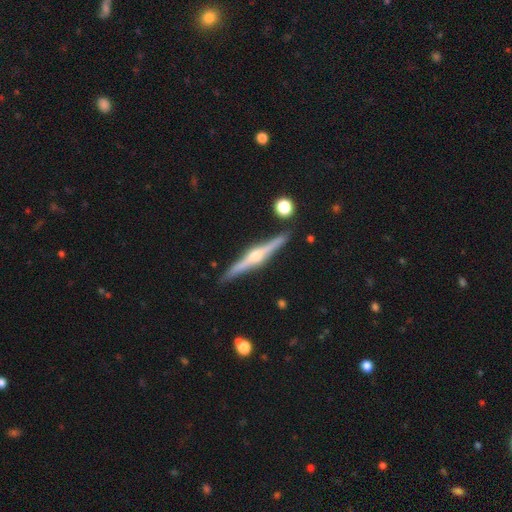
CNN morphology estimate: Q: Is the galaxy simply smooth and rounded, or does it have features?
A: featured or disk — 84%.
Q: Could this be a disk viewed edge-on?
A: yes — 98%.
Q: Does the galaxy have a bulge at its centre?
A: rounded — 92%.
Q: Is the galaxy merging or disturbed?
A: none — 90%.